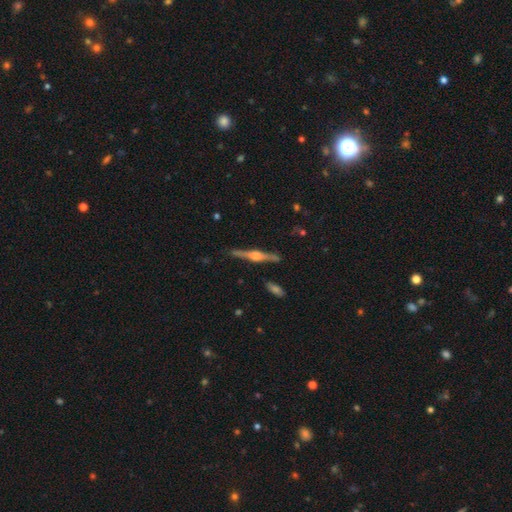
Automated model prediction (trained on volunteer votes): Smooth or featured? featured or disk (83%)
Edge-on disk? yes (98%)
Edge-on bulge? rounded (83%)
Merging? none (87%)